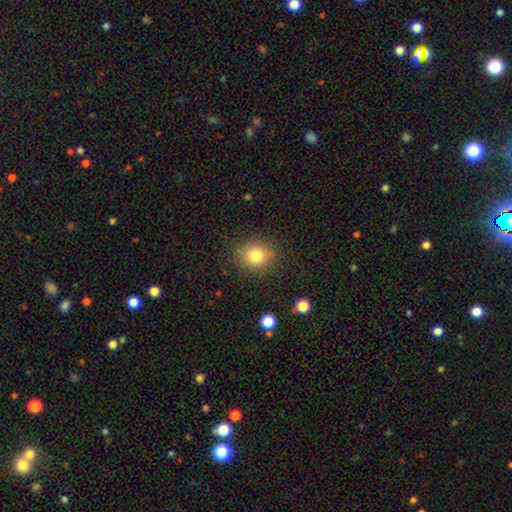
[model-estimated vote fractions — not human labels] Overall: smooth (80%). How rounded: round (70%). Merging: none (85%).